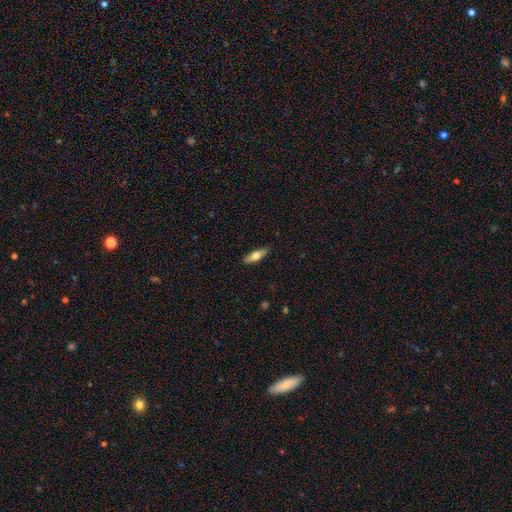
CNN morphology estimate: smooth_or_featured: smooth (p=0.67) [alt: featured or disk p=0.26]
how_rounded: in between (p=0.57) [alt: cigar-shaped p=0.41]
merging: none (p=0.87) [alt: minor disturbance p=0.10]